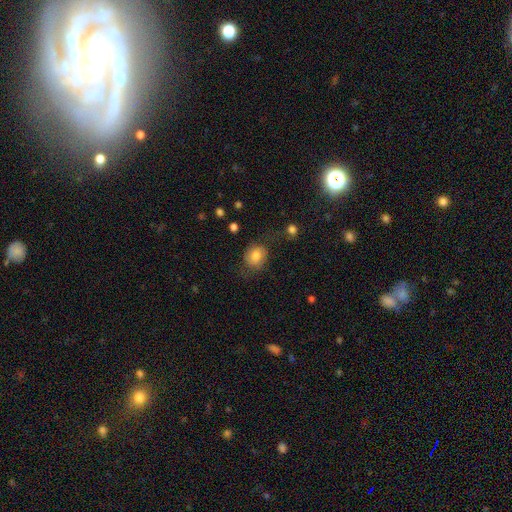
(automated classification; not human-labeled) Smooth or featured?
  - smooth: 74% *
  - featured or disk: 16%
  - star or artifact: 9%
How rounded?
  - round: 62% *
  - in between: 37%
  - cigar-shaped: 1%
Merging?
  - none: 63% *
  - minor disturbance: 21%
  - major disturbance: 13%
  - merger: 3%